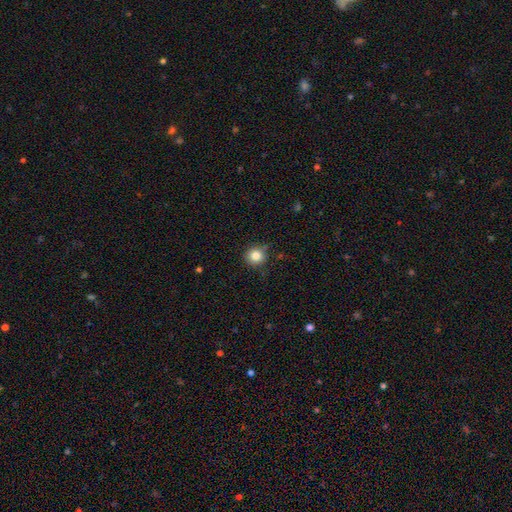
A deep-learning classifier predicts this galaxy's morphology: smooth_or_featured: smooth (p=0.84) [alt: star or artifact p=0.11]
how_rounded: round (p=0.92) [alt: in between p=0.07]
merging: none (p=0.85) [alt: minor disturbance p=0.10]